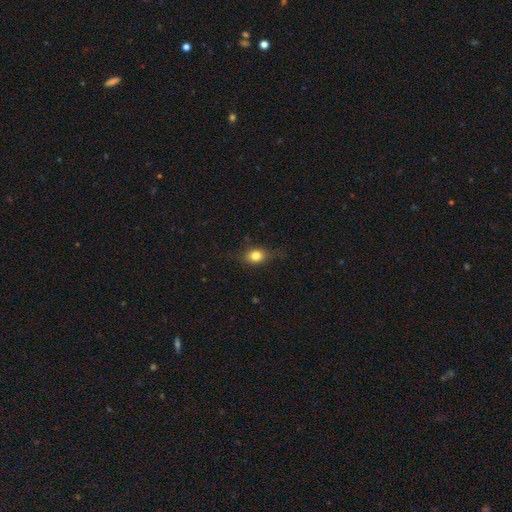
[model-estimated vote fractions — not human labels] This appears to be a smooth galaxy with no disk features (79%) that is in between round and cigar-shaped (50%). Merging: none (72%).